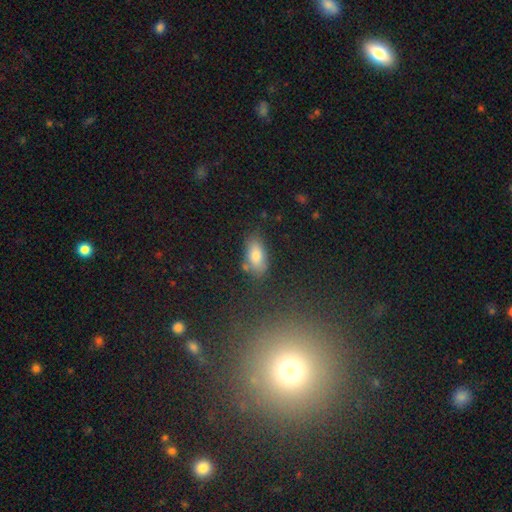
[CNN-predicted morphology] type=smooth (78%); roundness=in between (88%); merging=none (77%).